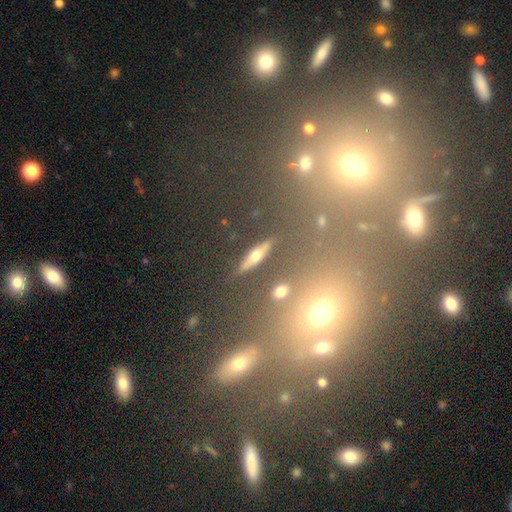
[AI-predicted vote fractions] Smooth or featured?
  - featured or disk: 40% * (tied)
  - smooth: 40% * (tied)
  - star or artifact: 20%
Merging?
  - none: 82% *
  - minor disturbance: 10%
  - merger: 4%
  - major disturbance: 4%